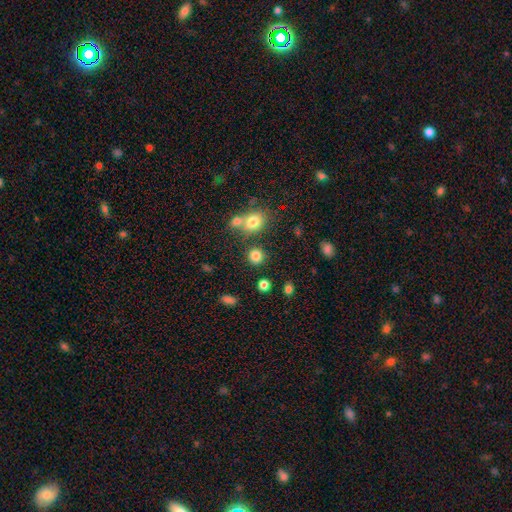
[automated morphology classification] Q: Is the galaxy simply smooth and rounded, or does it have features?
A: smooth — 80%.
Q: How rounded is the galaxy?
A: round — 86%.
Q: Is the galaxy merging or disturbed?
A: none — 76%.